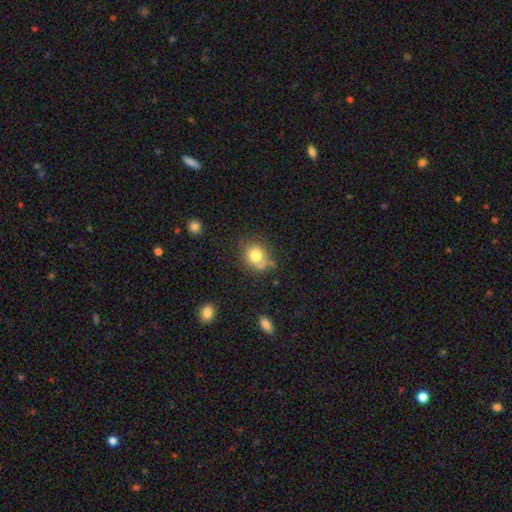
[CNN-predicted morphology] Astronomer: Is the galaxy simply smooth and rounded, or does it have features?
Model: smooth — 77%.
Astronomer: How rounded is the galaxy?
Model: round — 69%.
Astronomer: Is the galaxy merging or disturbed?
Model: none — 66%.